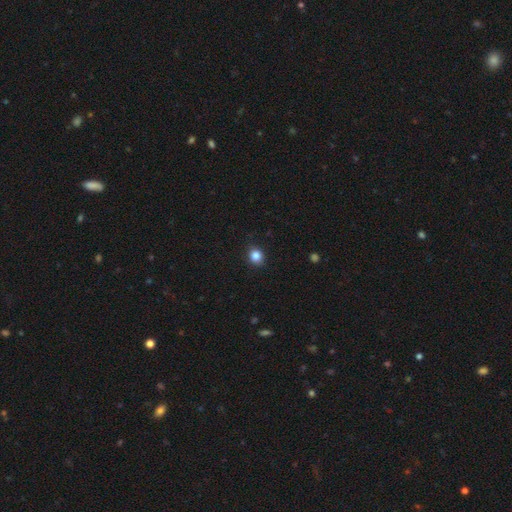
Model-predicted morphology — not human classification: smooth_or_featured: smooth (p=0.85) [alt: star or artifact p=0.11]
how_rounded: round (p=0.74) [alt: in between p=0.25]
merging: none (p=0.89) [alt: minor disturbance p=0.08]